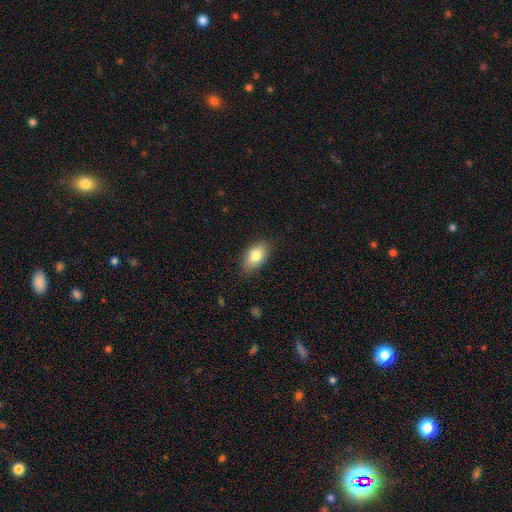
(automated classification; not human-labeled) Smooth or featured? smooth (80%)
How rounded? in between (90%)
Merging? none (83%)